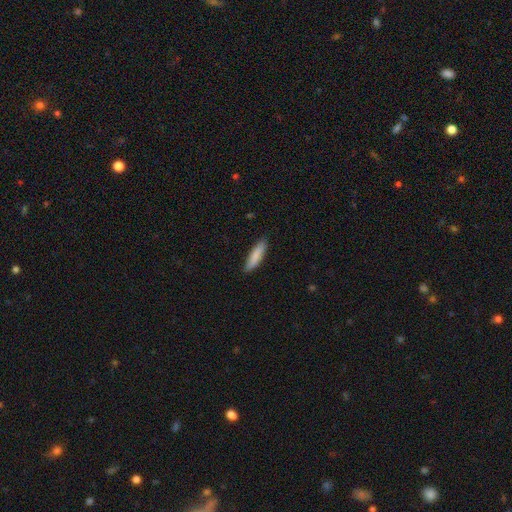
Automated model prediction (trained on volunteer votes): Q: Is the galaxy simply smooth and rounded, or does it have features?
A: smooth — 85%.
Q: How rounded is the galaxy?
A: cigar-shaped — 75%.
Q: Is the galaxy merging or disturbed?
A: none — 87%.